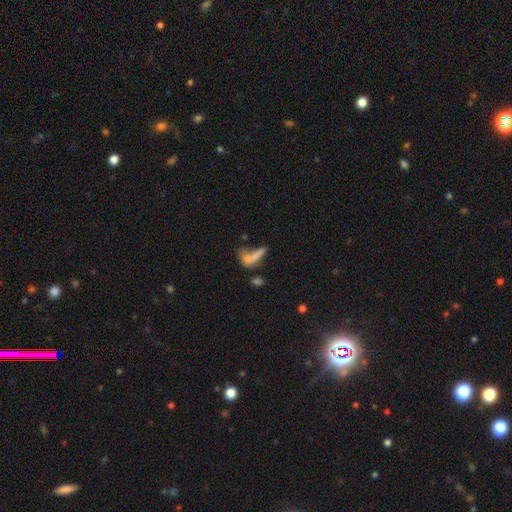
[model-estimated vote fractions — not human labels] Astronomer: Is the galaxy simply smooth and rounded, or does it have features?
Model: smooth — 64%.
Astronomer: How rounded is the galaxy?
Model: cigar-shaped — 53% (runner-up: in between, 41%).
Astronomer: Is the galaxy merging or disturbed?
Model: merger — 36% (runner-up: none, 30%).